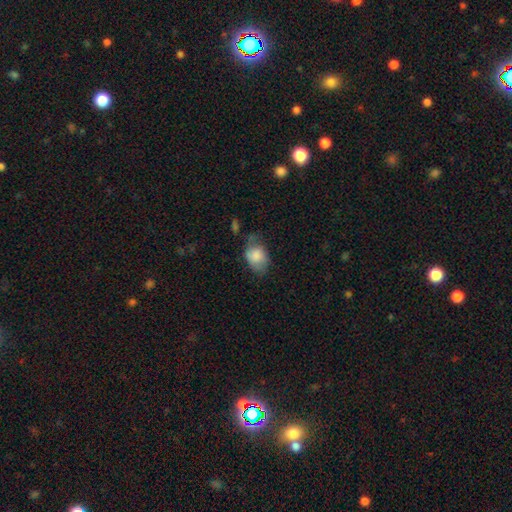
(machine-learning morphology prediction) smooth-or-featured: smooth: 77% | featured or disk: 15% | star or artifact: 7%
  how-rounded: in between: 72% | round: 27% | cigar-shaped: 1%
  merging: none: 44% | minor disturbance: 35% | major disturbance: 18% | merger: 3%